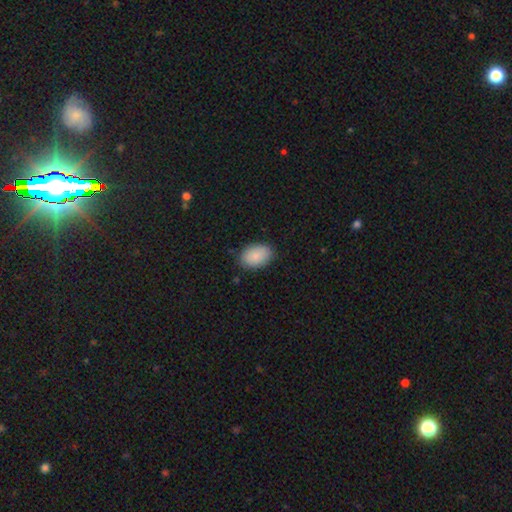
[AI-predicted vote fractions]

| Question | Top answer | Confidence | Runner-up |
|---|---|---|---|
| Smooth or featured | smooth | 87% | star or artifact (7%) |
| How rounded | in between | 87% | round (11%) |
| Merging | none | 85% | minor disturbance (11%) |